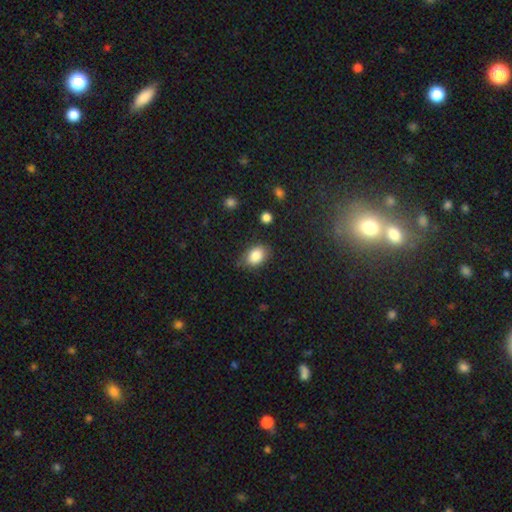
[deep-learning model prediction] smooth-or-featured: smooth: 85% | star or artifact: 8% | featured or disk: 6%
  how-rounded: in between: 80% | round: 19% | cigar-shaped: 1%
  merging: none: 75% | minor disturbance: 19% | major disturbance: 4% | merger: 2%